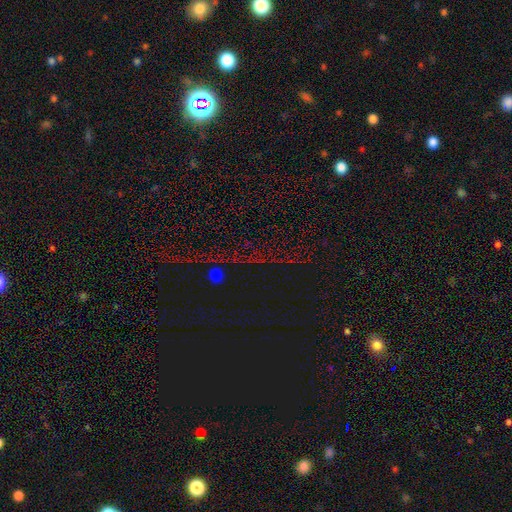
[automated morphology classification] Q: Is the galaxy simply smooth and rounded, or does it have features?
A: star or artifact — 79%.